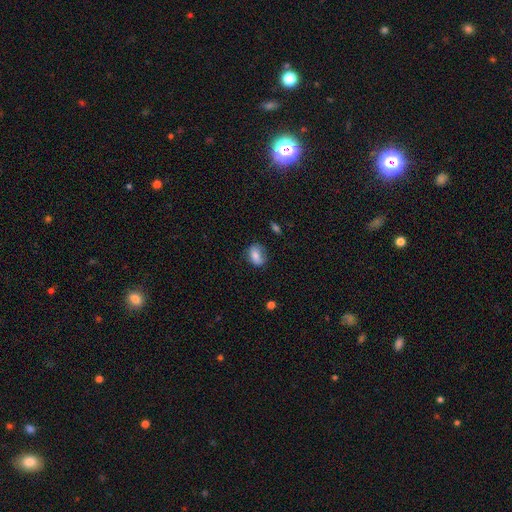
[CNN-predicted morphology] Smooth or featured? Predicted: smooth (p=0.77). How rounded? Predicted: in between (p=0.74). Merging? Predicted: none (p=0.64).